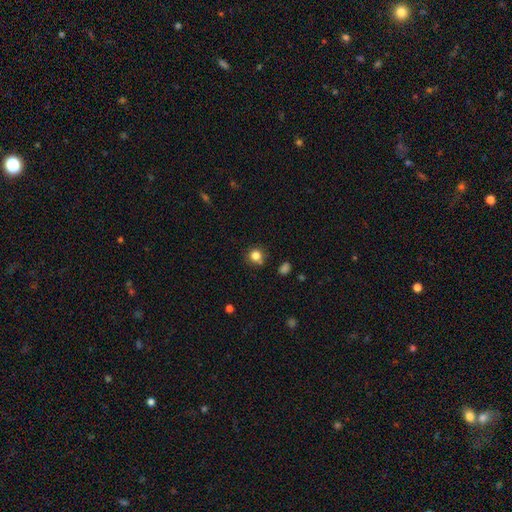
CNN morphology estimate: This is clearly a smooth galaxy (81%). How rounded: clearly round (89%). Merging: likely none (78%).